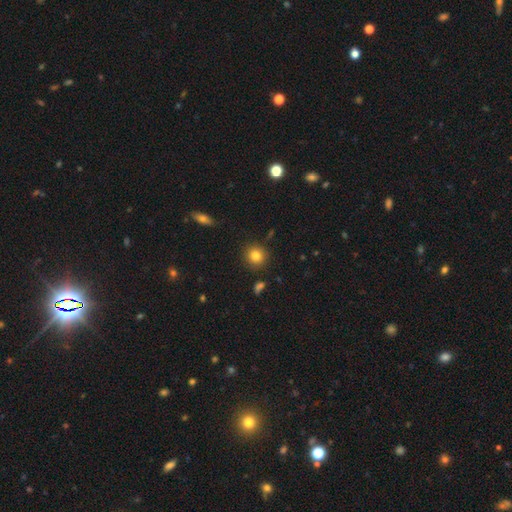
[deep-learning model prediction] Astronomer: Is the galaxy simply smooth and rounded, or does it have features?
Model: smooth — 82%.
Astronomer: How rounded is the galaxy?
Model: round — 90%.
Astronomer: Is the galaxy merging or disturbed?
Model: none — 88%.